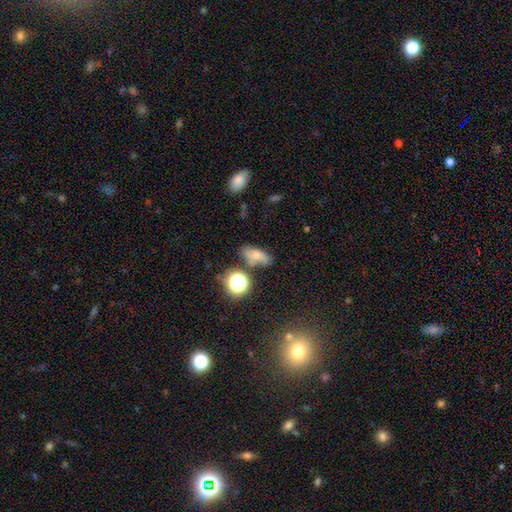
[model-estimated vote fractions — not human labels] Morphology: type=smooth (60%); roundness=in between (75%); merging=none (58%).